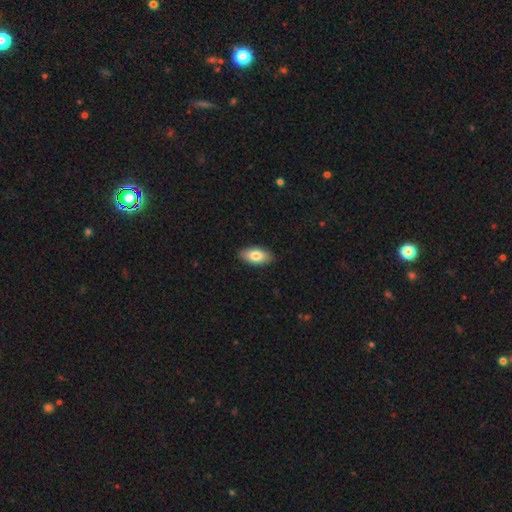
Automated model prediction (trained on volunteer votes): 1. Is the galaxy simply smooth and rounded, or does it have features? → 81% smooth, 12% featured or disk, 6% star or artifact.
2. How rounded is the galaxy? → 93% in between, 4% cigar-shaped, 3% round.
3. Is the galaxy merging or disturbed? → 89% none, 8% minor disturbance, 2% major disturbance, 1% merger.